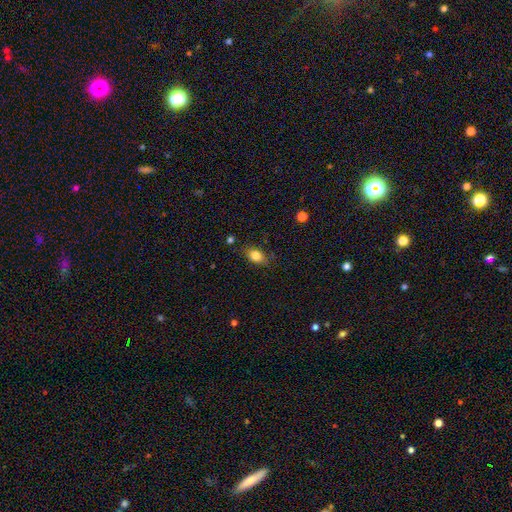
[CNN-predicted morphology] Smooth or featured? smooth (83%)
How rounded? in between (78%)
Merging? none (80%)